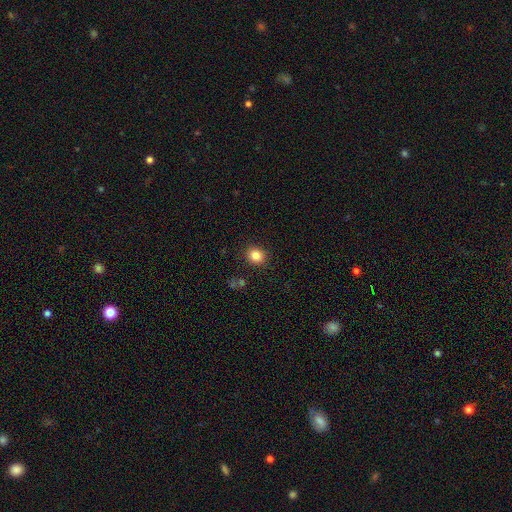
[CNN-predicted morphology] A smooth galaxy with no disk features (84%) that is round (74%).

Vote fractions:
- Smooth or featured? smooth: 84% / star or artifact: 11% / featured or disk: 5%
- How rounded? round: 74% / in between: 25% / cigar-shaped: 1%
- Merging? none: 88% / minor disturbance: 8% / major disturbance: 2% / merger: 2%